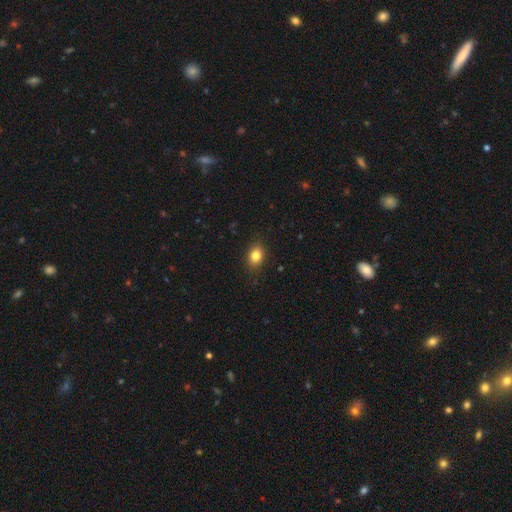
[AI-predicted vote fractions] smooth_or_featured: smooth (p=0.83) [alt: star or artifact p=0.10]
how_rounded: in between (p=0.65) [alt: round p=0.33]
merging: none (p=0.86) [alt: minor disturbance p=0.11]